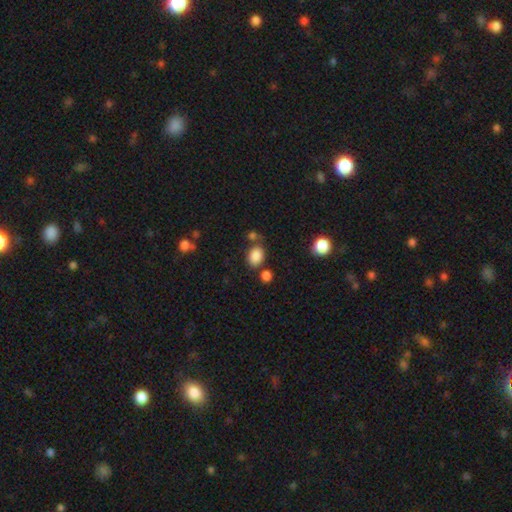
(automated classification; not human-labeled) Q: Smooth or featured?
A: smooth (85%); runner-up: star or artifact (10%)
Q: How rounded?
A: in between (71%); runner-up: round (28%)
Q: Merging?
A: none (68%); runner-up: minor disturbance (14%)